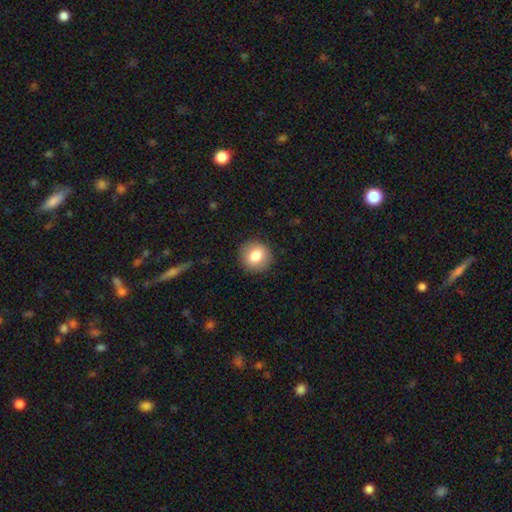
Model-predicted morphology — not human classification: Overall: smooth (80%). How rounded: round (86%). Merging: none (90%).